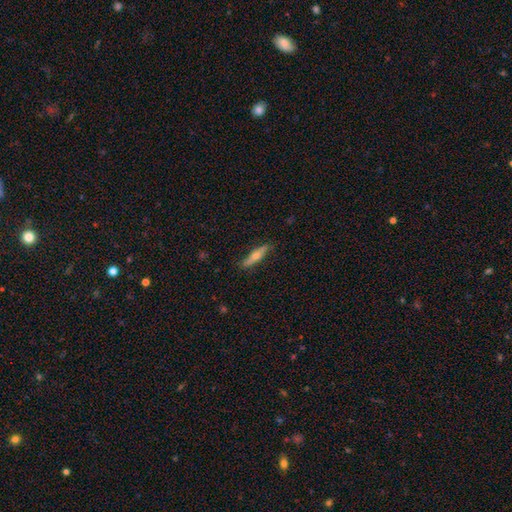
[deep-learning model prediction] Q: Smooth or featured?
A: smooth (50%); runner-up: featured or disk (44%)
Q: How rounded?
A: cigar-shaped (77%); runner-up: in between (20%)
Q: Merging?
A: none (84%); runner-up: minor disturbance (13%)